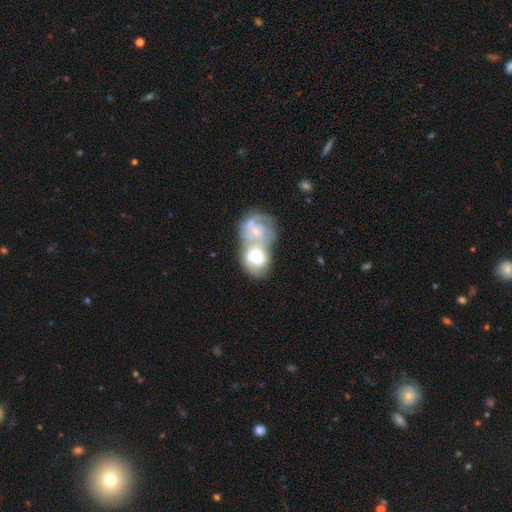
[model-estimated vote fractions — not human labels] Smooth or featured? featured or disk (51%)
Edge-on disk? no (97%)
Merging? merger (78%)